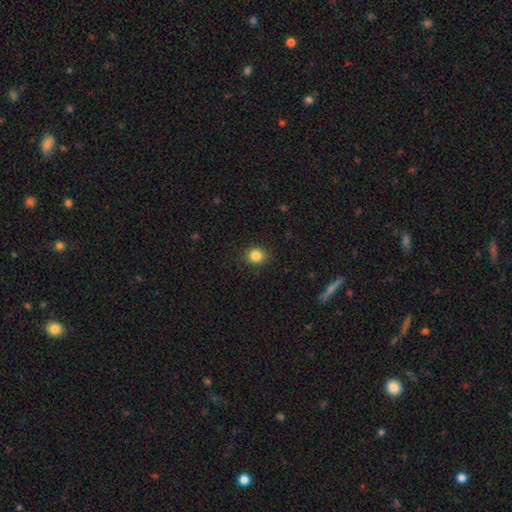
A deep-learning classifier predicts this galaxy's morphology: This is clearly a smooth galaxy (85%). How rounded: clearly round (81%). Merging: clearly none (89%).